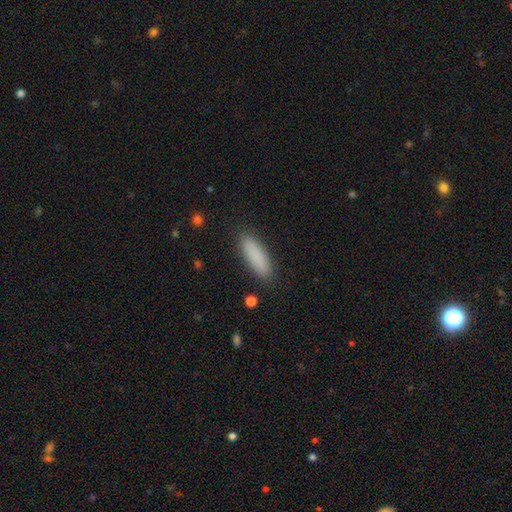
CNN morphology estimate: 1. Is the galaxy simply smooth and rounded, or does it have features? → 87% smooth, 7% star or artifact, 6% featured or disk.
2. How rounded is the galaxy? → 52% cigar-shaped, 46% in between, 2% round.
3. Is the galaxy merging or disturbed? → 88% none, 9% minor disturbance, 2% major disturbance, 1% merger.